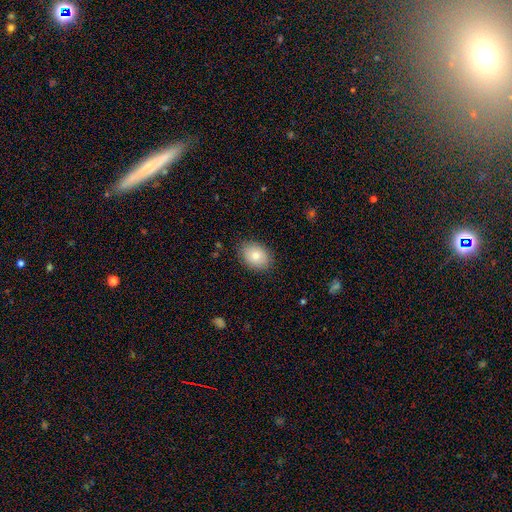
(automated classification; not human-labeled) A smooth galaxy with no disk features (80%) that is in between round and cigar-shaped (69%).

Vote fractions:
- Smooth or featured? smooth: 80% / featured or disk: 12% / star or artifact: 8%
- How rounded? in between: 69% / round: 30% / cigar-shaped: 1%
- Merging? none: 86% / minor disturbance: 11% / major disturbance: 3% / merger: 1%